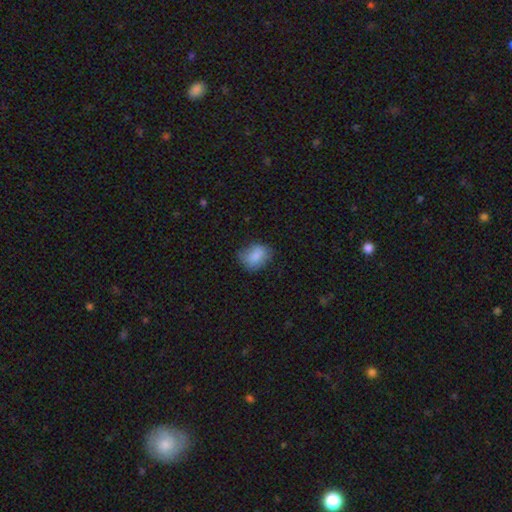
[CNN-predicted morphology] type=smooth (82%); roundness=in between (63%); merging=none (62%).